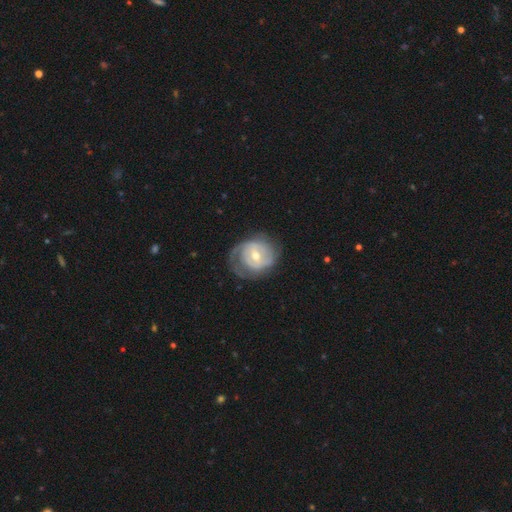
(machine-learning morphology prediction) Smooth or featured?
  - featured or disk: 79% *
  - smooth: 16%
  - star or artifact: 5%
Edge-on disk?
  - no: 97% *
  - yes: 3%
Bar?
  - weak: 51% *
  - no: 31%
  - strong: 18%
Spiral arms?
  - yes: 88% *
  - no: 12%
Spiral winding?
  - tight: 57% *
  - medium: 31%
  - loose: 12%
Spiral arm count?
  - 2: 42% *
  - can't tell: 30%
  - 3: 12%
  - 1: 9%
  - 4: 4%
  - more than 4: 3%
Bulge size?
  - moderate: 61% *
  - small: 34%
  - large: 3%
  - none: 1%
  - dominant: 1%
Merging?
  - none: 59% *
  - minor disturbance: 23%
  - major disturbance: 16%
  - merger: 1%